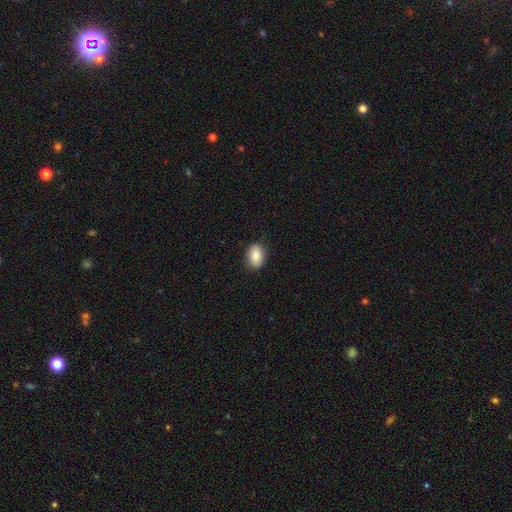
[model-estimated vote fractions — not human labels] smooth_or_featured: smooth (p=0.87) [alt: star or artifact p=0.07]
how_rounded: in between (p=0.86) [alt: round p=0.12]
merging: none (p=0.86) [alt: minor disturbance p=0.11]